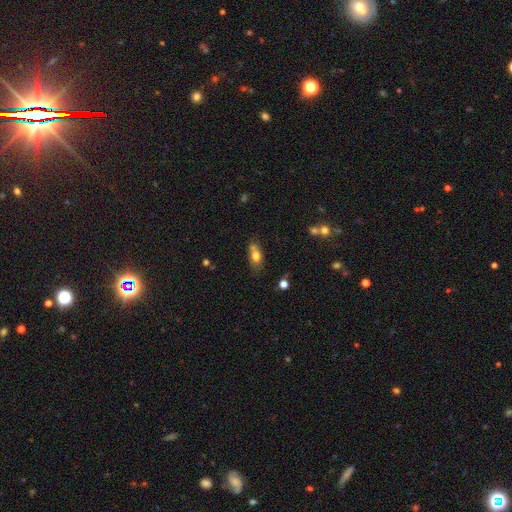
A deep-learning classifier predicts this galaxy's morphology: Overall: smooth (73%). How rounded: in between (76%). Merging: none (48%; merger 26%).